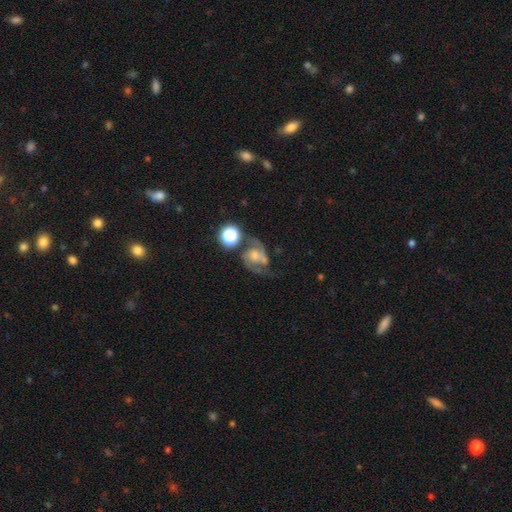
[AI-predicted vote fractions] Smooth or featured?
  - featured or disk: 78% *
  - smooth: 13%
  - star or artifact: 9%
Edge-on disk?
  - no: 98% *
  - yes: 2%
Bar?
  - no: 61% *
  - weak: 31%
  - strong: 8%
Spiral arms?
  - yes: 95% *
  - no: 5%
Spiral winding?
  - medium: 52% *
  - loose: 30%
  - tight: 18%
Spiral arm count?
  - 2: 89% *
  - can't tell: 4%
  - 1: 3%
  - 3: 2%
  - 4: 1%
  - more than 4: 1%
Bulge size?
  - small: 38% *
  - moderate: 32%
  - none: 18%
  - large: 10%
  - dominant: 3%
Merging?
  - none: 47% *
  - minor disturbance: 20%
  - major disturbance: 19%
  - merger: 14%